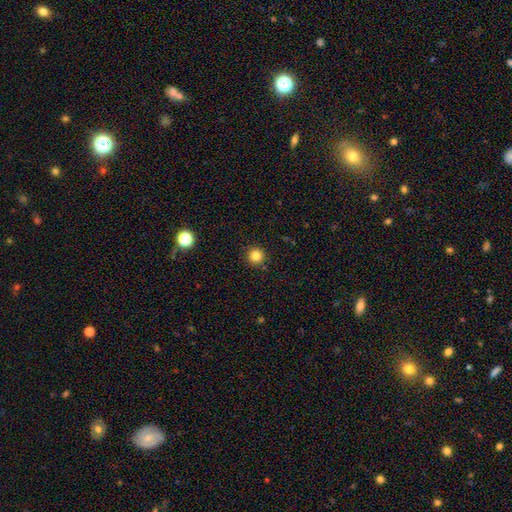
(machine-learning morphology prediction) Smooth or featured? Predicted: smooth (p=0.82). How rounded? Predicted: round (p=0.96). Merging? Predicted: none (p=0.92).